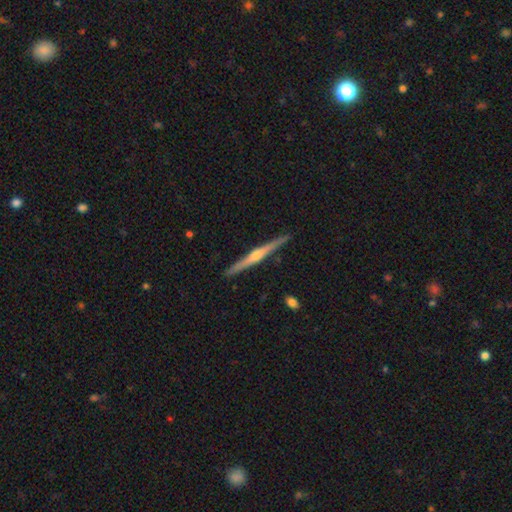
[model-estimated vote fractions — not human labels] The model was most divided on "smooth or featured": featured or disk: 80%, smooth: 15%, star or artifact: 5%. More confident: edge-on disk — yes (98%); merging — none (92%); edge-on bulge — rounded (84%).